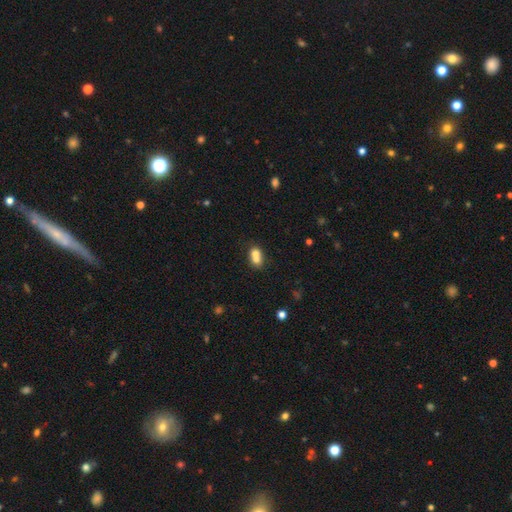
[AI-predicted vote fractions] A smooth galaxy with no disk features (71%) that is round (50%). Merging: merger (66%).